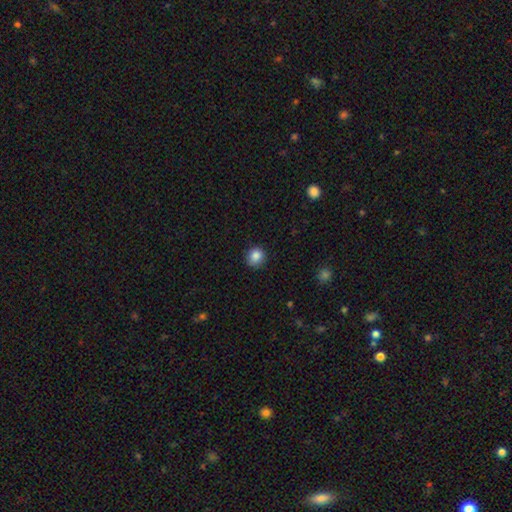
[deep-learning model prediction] The model was most divided on "smooth or featured": smooth: 86%, star or artifact: 10%, featured or disk: 4%. More confident: how rounded — round (88%); merging — none (87%).